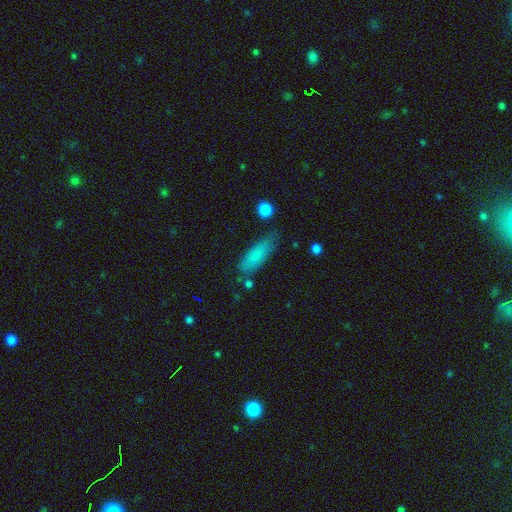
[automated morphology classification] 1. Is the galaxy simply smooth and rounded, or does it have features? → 81% smooth, 12% featured or disk, 7% star or artifact.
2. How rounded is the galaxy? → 56% in between, 41% cigar-shaped, 2% round.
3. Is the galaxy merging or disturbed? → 66% none, 24% minor disturbance, 6% major disturbance, 4% merger.